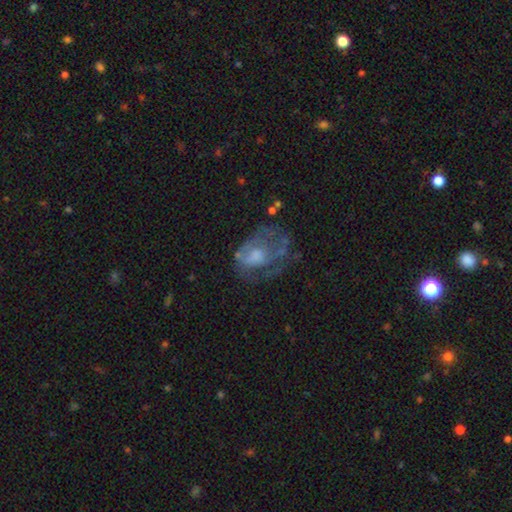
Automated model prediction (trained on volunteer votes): Smooth or featured? featured or disk (55%)
Edge-on disk? no (96%)
Bar? no (81%)
Spiral arms? no (70%)
Bulge size? moderate (45%)
Merging? major disturbance (37%)